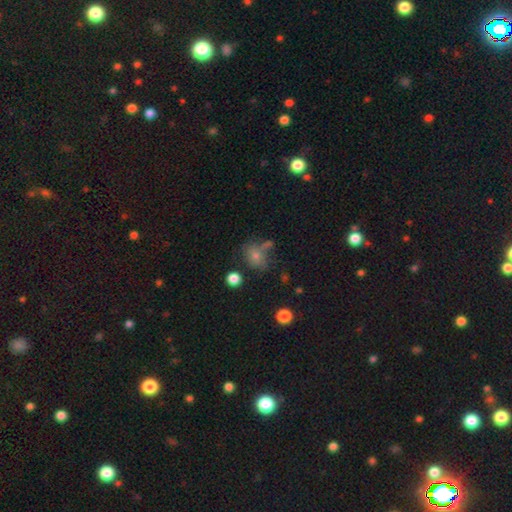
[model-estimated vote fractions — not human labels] smooth-or-featured: smooth: 59% | featured or disk: 20% | star or artifact: 20%
  how-rounded: round: 56% | in between: 43% | cigar-shaped: 2%
  merging: none: 55% | minor disturbance: 19% | merger: 15% | major disturbance: 11%